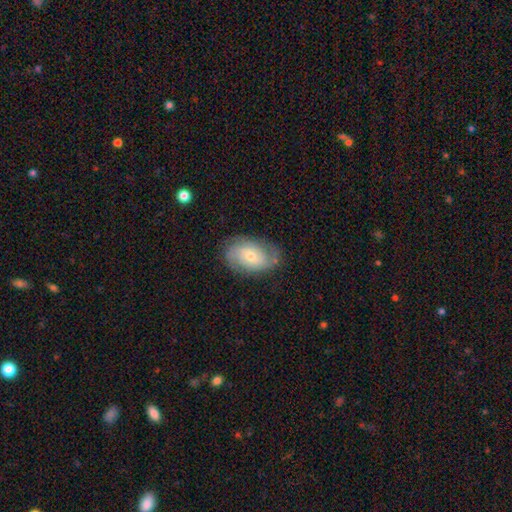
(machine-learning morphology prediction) smooth-or-featured: featured or disk: 65% | smooth: 28% | star or artifact: 7%
  disk-edge-on: no: 95% | yes: 5%
    bar: no: 58% | weak: 34% | strong: 8%
    has-spiral-arms: yes: 87% | no: 13%
      spiral-winding: tight: 48% | medium: 37% | loose: 15%
      spiral-arm-count: 2: 52% | can't tell: 27% | 3: 11% | 1: 5% | 4: 3% | more than 4: 2%
    bulge-size: moderate: 49% | small: 47% | large: 2% | none: 1% | dominant: 1%
  merging: none: 74% | minor disturbance: 19% | major disturbance: 6% | merger: 1%